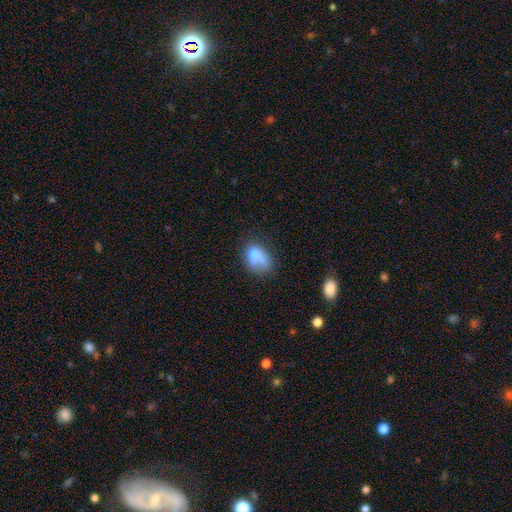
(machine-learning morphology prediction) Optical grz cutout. It shows a smooth galaxy with no disk features (67%) that is in between round and cigar-shaped (70%). Merging: none (32%).